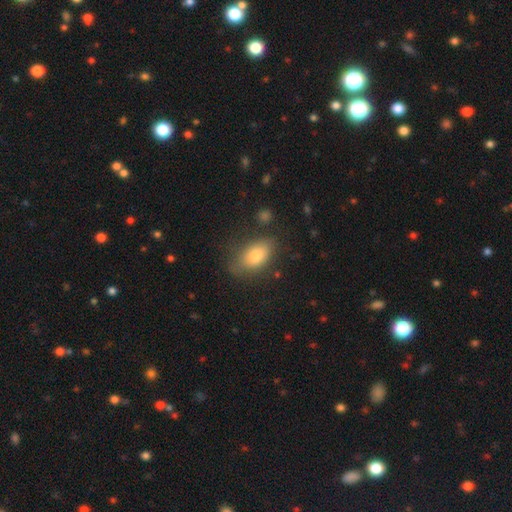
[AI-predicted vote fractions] Q: Smooth or featured?
A: smooth (77%); runner-up: featured or disk (14%)
Q: How rounded?
A: in between (88%); runner-up: round (8%)
Q: Merging?
A: none (72%); runner-up: minor disturbance (20%)